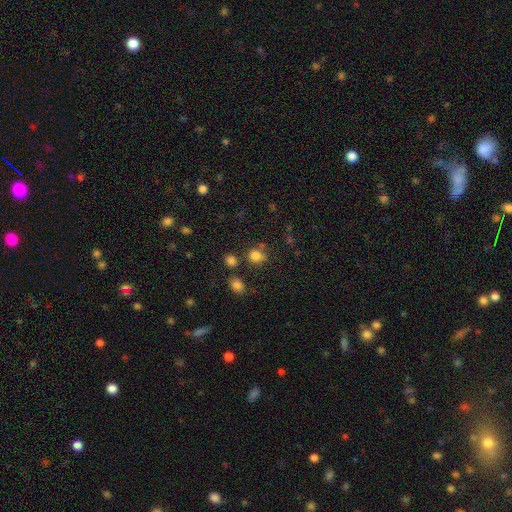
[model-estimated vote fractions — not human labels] The model was most divided on "how rounded": round: 68%, in between: 31%, cigar-shaped: 1%. More confident: smooth or featured — smooth (80%); merging — none (64%).